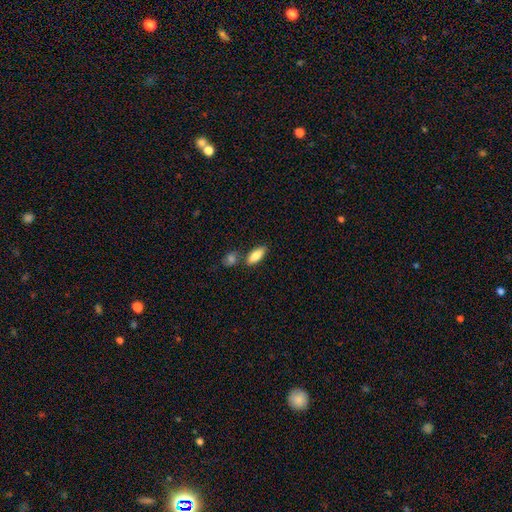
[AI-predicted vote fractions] smooth-or-featured: smooth: 84% | featured or disk: 10% | star or artifact: 6%
  how-rounded: in between: 80% | cigar-shaped: 18% | round: 3%
  merging: none: 72% | minor disturbance: 12% | merger: 12% | major disturbance: 3%